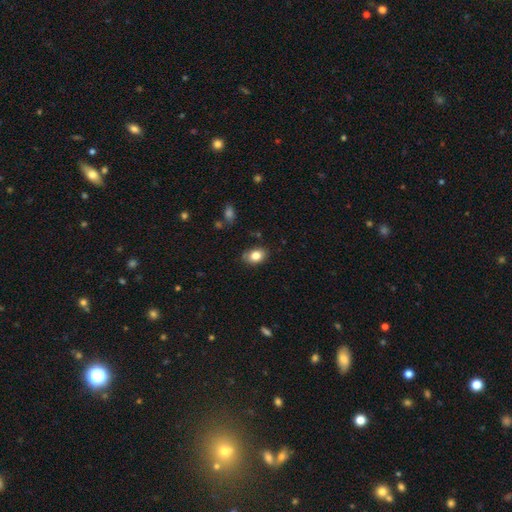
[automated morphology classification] smooth-or-featured: smooth: 81% | featured or disk: 10% | star or artifact: 8%
  how-rounded: in between: 79% | round: 20% | cigar-shaped: 1%
  merging: none: 80% | minor disturbance: 15% | major disturbance: 3% | merger: 2%